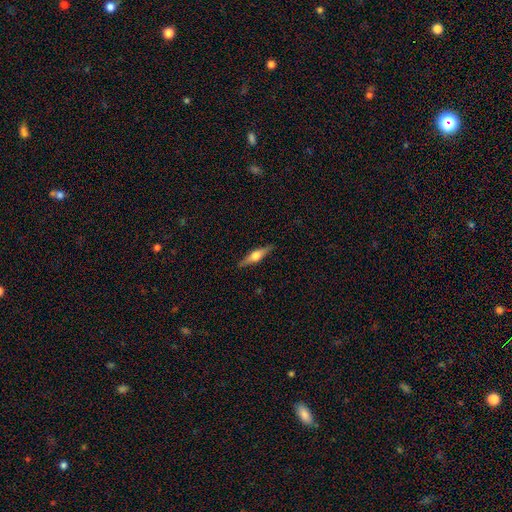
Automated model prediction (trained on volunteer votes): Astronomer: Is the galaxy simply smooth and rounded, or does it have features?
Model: featured or disk — 64%.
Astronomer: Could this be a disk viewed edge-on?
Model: yes — 96%.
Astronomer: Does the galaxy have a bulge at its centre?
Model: rounded — 92%.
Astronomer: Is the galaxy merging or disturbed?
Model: none — 89%.